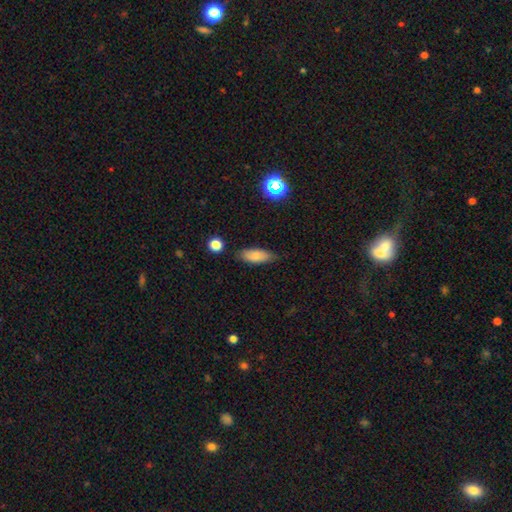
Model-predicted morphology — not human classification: Q: Smooth or featured?
A: smooth (78%); runner-up: featured or disk (14%)
Q: How rounded?
A: in between (74%); runner-up: cigar-shaped (23%)
Q: Merging?
A: none (78%); runner-up: minor disturbance (17%)